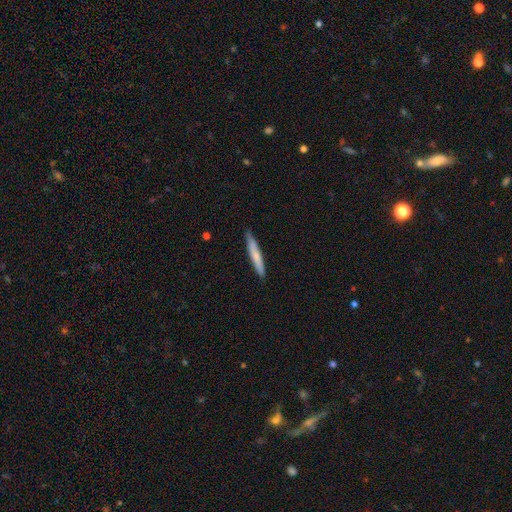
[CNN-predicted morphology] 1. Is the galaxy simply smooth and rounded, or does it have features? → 69% smooth, 25% featured or disk, 5% star or artifact.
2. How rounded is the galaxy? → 94% cigar-shaped, 4% in between, 1% round.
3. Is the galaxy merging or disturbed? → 87% none, 11% minor disturbance, 2% major disturbance, 1% merger.